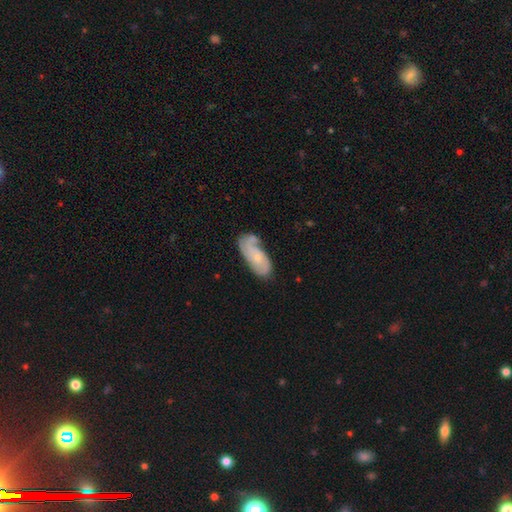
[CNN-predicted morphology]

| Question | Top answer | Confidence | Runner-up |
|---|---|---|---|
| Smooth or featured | featured or disk | 62% | smooth (31%) |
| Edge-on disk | no | 93% | yes (7%) |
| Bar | no | 67% | weak (28%) |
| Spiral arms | yes | 88% | no (12%) |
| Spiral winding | tight | 44% | medium (39%) |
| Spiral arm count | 2 | 48% | can't tell (26%) |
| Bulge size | small | 62% | moderate (21%) |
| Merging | none | 58% | minor disturbance (25%) |